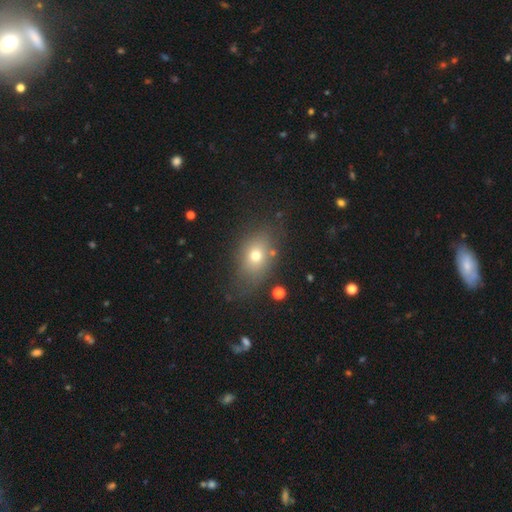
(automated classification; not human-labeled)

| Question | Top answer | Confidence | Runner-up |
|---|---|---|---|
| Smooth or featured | smooth | 68% | featured or disk (17%) |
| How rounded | in between | 71% | round (27%) |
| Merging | none | 74% | minor disturbance (16%) |